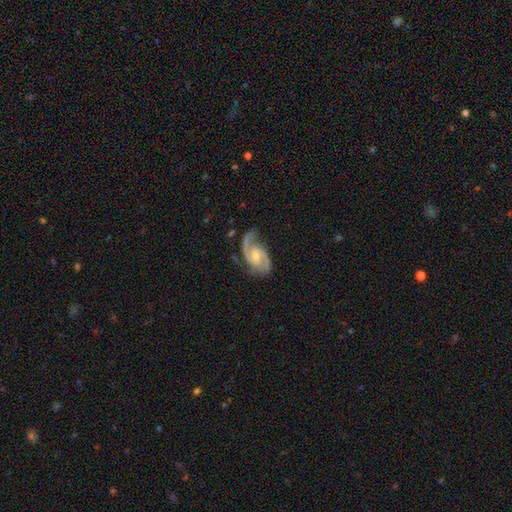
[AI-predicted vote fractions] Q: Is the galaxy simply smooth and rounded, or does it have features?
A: featured or disk — 92%.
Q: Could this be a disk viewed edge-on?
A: no — 98%.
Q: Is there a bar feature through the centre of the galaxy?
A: weak — 44%.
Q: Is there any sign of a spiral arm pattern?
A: yes — 98%.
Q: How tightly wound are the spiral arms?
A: medium — 60%.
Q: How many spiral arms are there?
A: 2 — 92%.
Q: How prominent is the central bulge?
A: small — 52%.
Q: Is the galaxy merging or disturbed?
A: none — 75%.